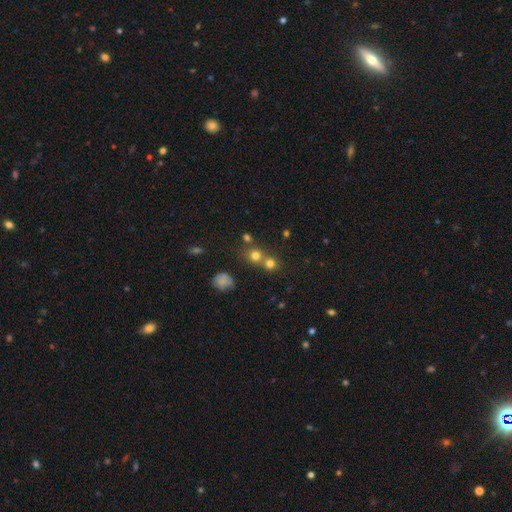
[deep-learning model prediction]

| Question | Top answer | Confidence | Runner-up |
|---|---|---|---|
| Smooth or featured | smooth | 71% | star or artifact (18%) |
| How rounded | round | 85% | in between (14%) |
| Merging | none | 51% | merger (39%) |